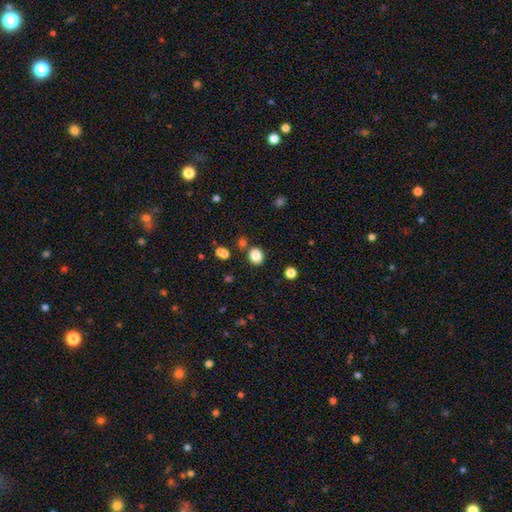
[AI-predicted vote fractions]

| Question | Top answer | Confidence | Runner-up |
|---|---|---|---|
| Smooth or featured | smooth | 84% | star or artifact (11%) |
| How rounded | round | 78% | in between (21%) |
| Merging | none | 83% | minor disturbance (8%) |